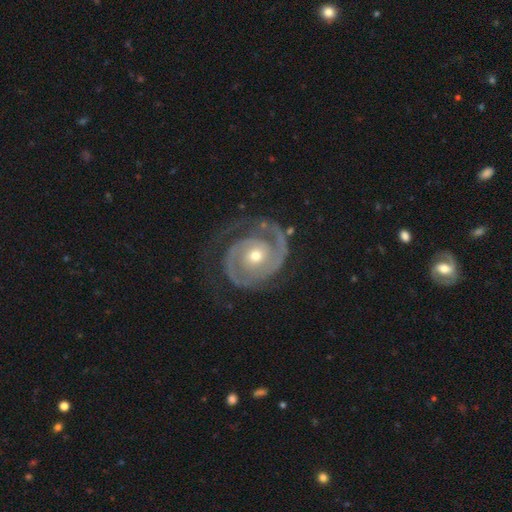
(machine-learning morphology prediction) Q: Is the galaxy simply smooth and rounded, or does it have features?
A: featured or disk — 91%.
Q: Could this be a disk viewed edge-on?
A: no — 98%.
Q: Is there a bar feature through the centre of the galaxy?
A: no — 73%.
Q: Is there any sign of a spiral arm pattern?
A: yes — 97%.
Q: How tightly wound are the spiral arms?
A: tight — 62%.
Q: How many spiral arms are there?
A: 2 — 65%.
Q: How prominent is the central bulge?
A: moderate — 58%.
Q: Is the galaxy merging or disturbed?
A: none — 67%.